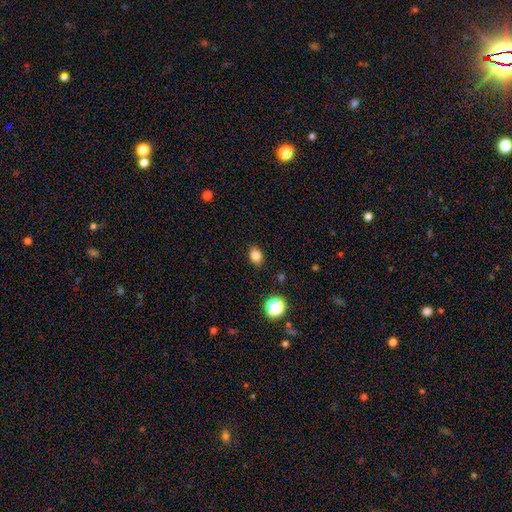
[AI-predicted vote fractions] A smooth galaxy with no disk features (82%) that is in between round and cigar-shaped (66%).

Vote fractions:
- Smooth or featured? smooth: 82% / star or artifact: 12% / featured or disk: 6%
- How rounded? in between: 66% / round: 32% / cigar-shaped: 1%
- Merging? none: 88% / minor disturbance: 8% / major disturbance: 2% / merger: 1%